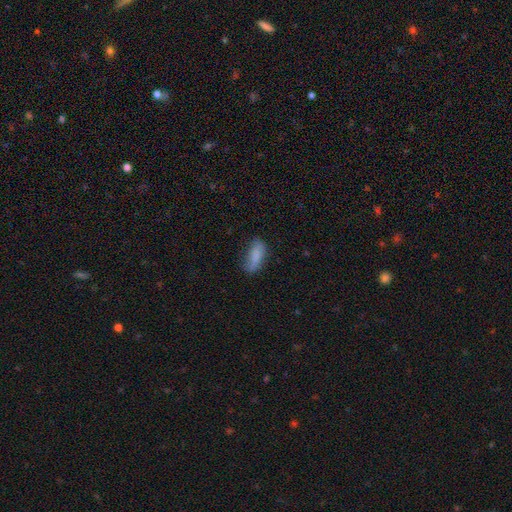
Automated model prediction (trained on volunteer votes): Smooth or featured?
  - smooth: 81% *
  - featured or disk: 12%
  - star or artifact: 8%
How rounded?
  - in between: 80% *
  - cigar-shaped: 18%
  - round: 3%
Merging?
  - none: 60% *
  - minor disturbance: 29%
  - major disturbance: 9%
  - merger: 2%